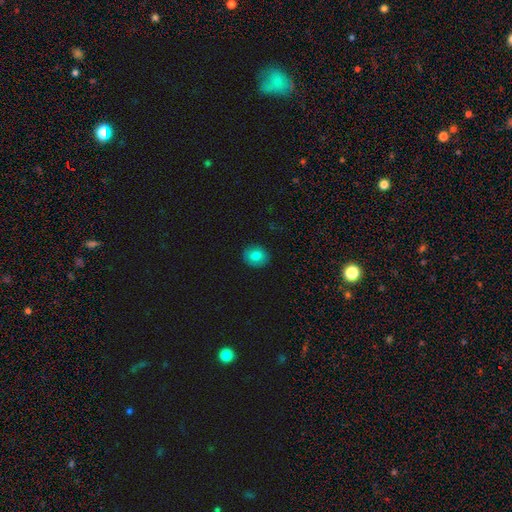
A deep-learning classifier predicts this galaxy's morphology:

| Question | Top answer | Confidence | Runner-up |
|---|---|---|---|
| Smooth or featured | smooth | 80% | featured or disk (11%) |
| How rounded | round | 73% | in between (26%) |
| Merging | none | 90% | minor disturbance (7%) |